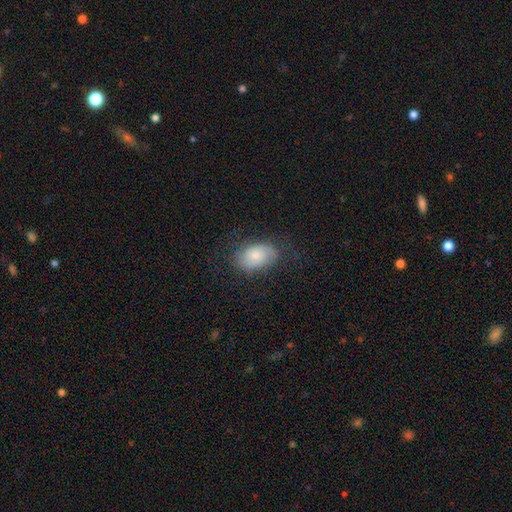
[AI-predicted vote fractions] Smooth or featured: smooth — 60% (featured or disk — 32%)
How rounded: in between — 87% (round — 12%)
Merging: none — 71% (minor disturbance — 20%)